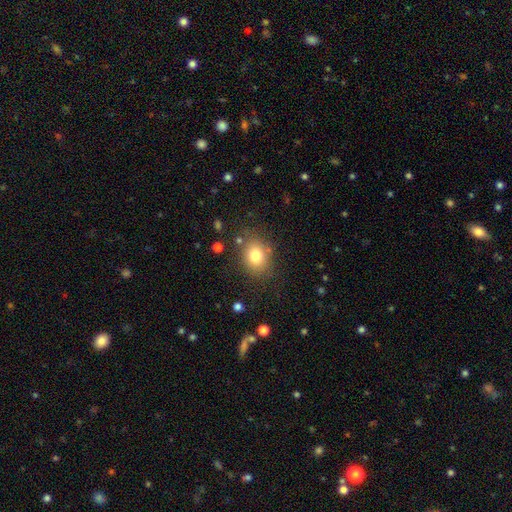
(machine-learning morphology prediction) Smooth or featured? smooth (79%)
How rounded? round (50%)
Merging? none (79%)